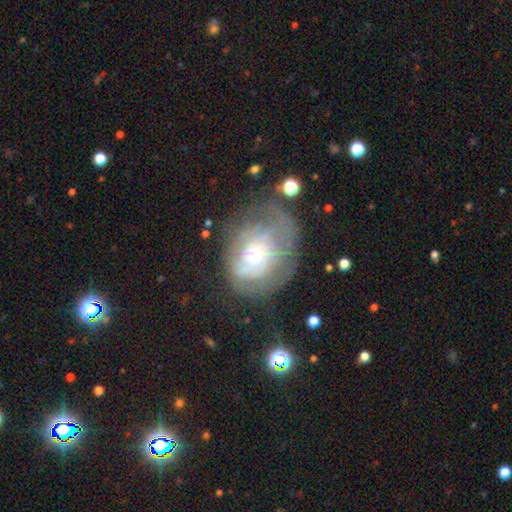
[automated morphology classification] This is possibly a featured or disk galaxy (59%). It is clearly not viewed edge-on (96%). Bar: clearly no (84%). Spiral arm pattern: possibly yes (51%). Central bulge: possibly small (54%). Merging: marginally none (43%).